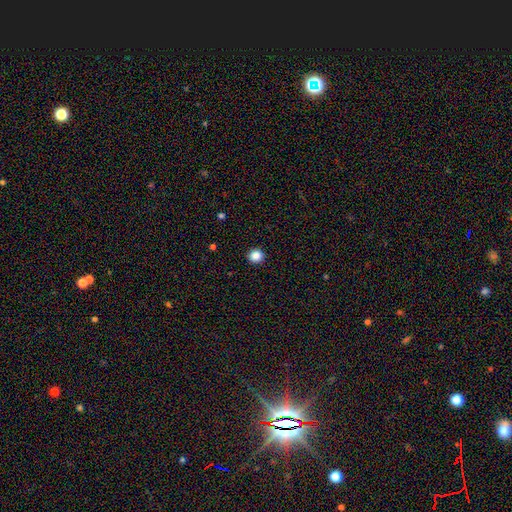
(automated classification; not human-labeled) Overall: smooth (86%). How rounded: round (89%). Merging: none (93%).